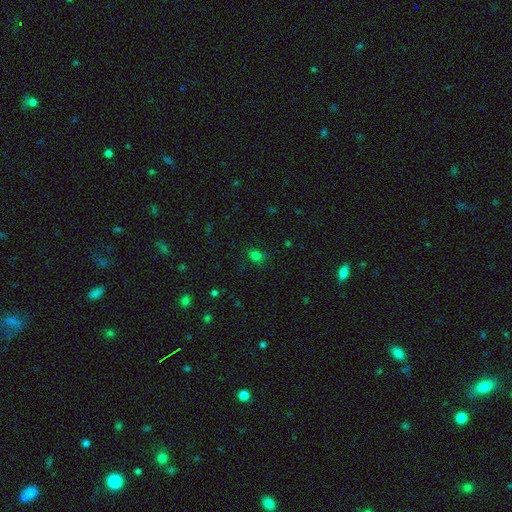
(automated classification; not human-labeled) The model was most divided on "how rounded": round: 51%, in between: 48%, cigar-shaped: 2%. More confident: merging — none (74%); smooth or featured — smooth (71%).